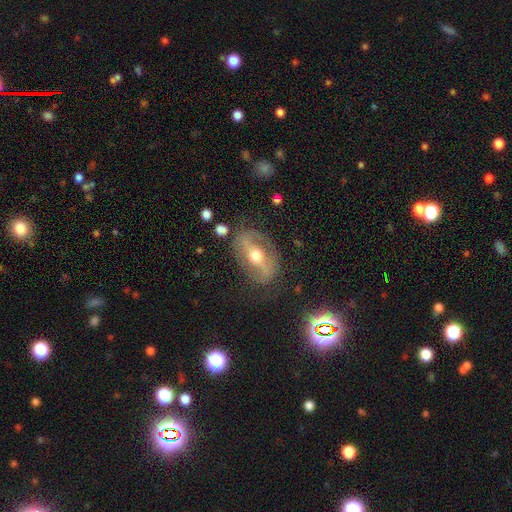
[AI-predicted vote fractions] Q: Smooth or featured?
A: featured or disk (72%); runner-up: smooth (16%)
Q: Edge-on disk?
A: no (89%); runner-up: yes (11%)
Q: Bar?
A: strong (50%); runner-up: weak (29%)
Q: Spiral arms?
A: yes (70%); runner-up: no (30%)
Q: Bulge size?
A: moderate (70%); runner-up: small (22%)
Q: Merging?
A: none (70%); runner-up: minor disturbance (17%)